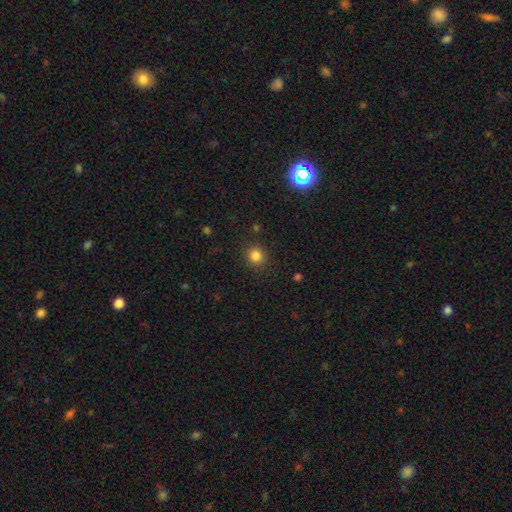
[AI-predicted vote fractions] smooth 83%, star or artifact 13%, featured or disk 5%. Down the decision tree: how rounded — round (87%); merging — none (88%).